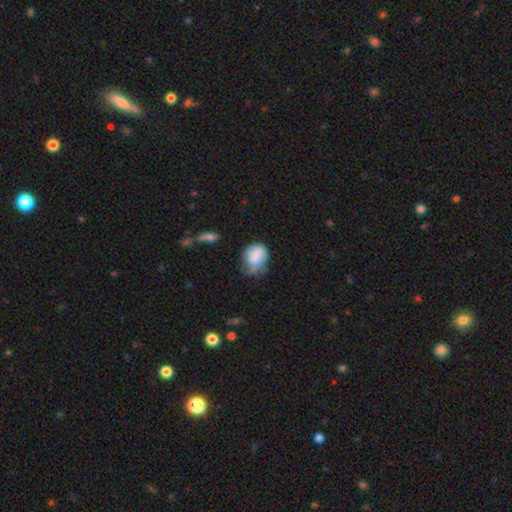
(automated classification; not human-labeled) A smooth galaxy with no disk features (61%) that is round (59%).

Vote fractions:
- Smooth or featured? smooth: 61% / featured or disk: 31% / star or artifact: 8%
- How rounded? round: 59% / in between: 40% / cigar-shaped: 1%
- Merging? minor disturbance: 38% / none: 33% / major disturbance: 26% / merger: 4%